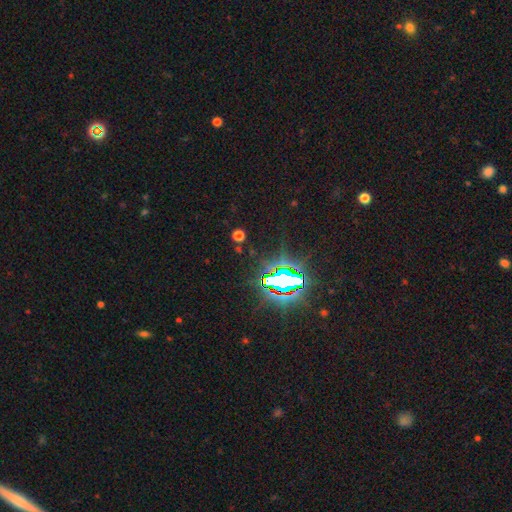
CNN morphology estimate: The model was most divided on "smooth or featured": star or artifact: 83%, smooth: 10%, featured or disk: 7%.